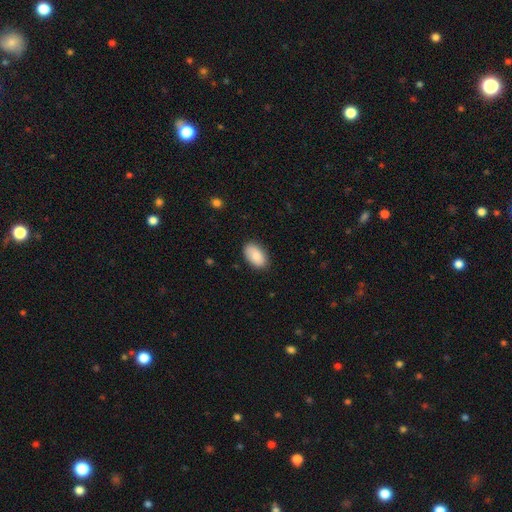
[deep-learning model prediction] Q: Smooth or featured?
A: smooth (85%); runner-up: featured or disk (8%)
Q: How rounded?
A: in between (94%); runner-up: round (5%)
Q: Merging?
A: none (86%); runner-up: minor disturbance (11%)